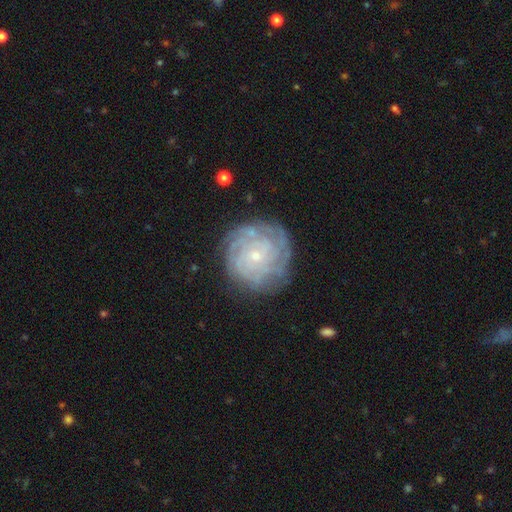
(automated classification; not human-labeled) This is likely a featured or disk galaxy (80%). It is clearly not viewed edge-on (97%). Bar: likely no (77%). Spiral arm pattern: clearly yes (93%). Spiral arm count: marginally can't tell (42%). Spiral winding: clearly tight (81%). Central bulge: likely small (76%). Merging: likely none (79%).